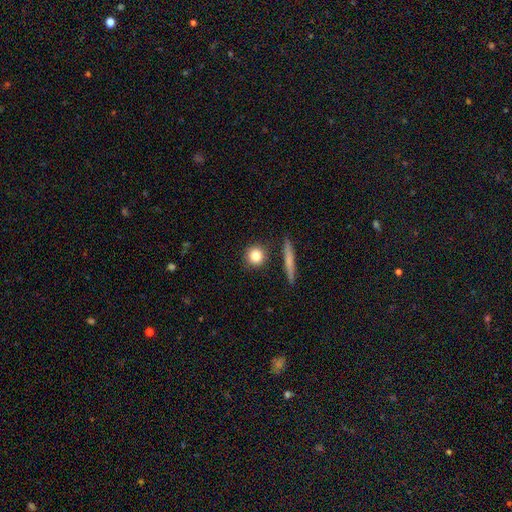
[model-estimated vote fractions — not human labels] smooth 82%, featured or disk 10%, star or artifact 8%. Down the decision tree: how rounded — round (87%); merging — none (85%).